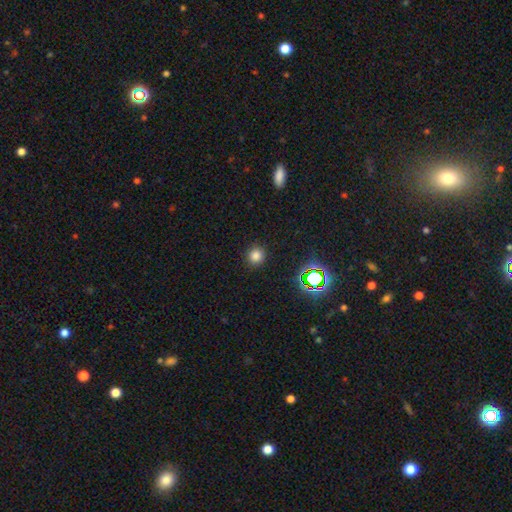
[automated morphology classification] type=smooth (78%); roundness=round (91%); merging=none (90%).